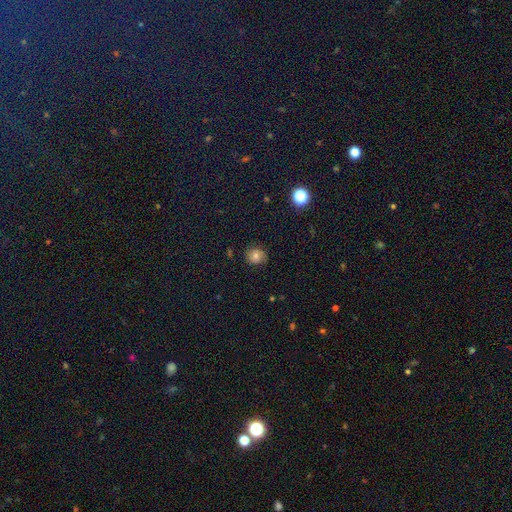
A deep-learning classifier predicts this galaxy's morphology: Overall: smooth (66%). How rounded: round (82%). Merging: none (82%).